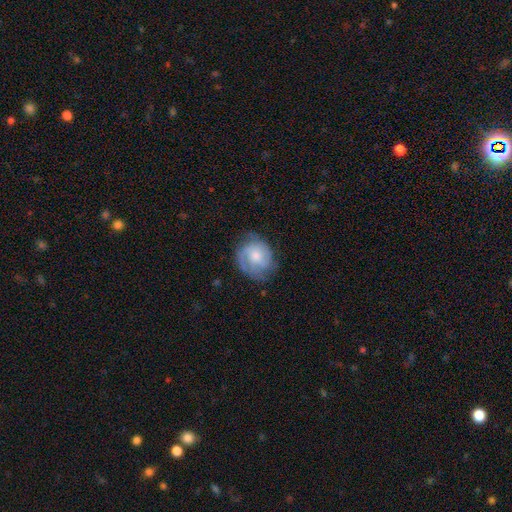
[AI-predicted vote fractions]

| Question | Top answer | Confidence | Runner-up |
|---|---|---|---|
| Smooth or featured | featured or disk | 67% | smooth (27%) |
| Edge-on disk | no | 98% | yes (2%) |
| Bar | no | 72% | weak (25%) |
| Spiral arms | yes | 90% | no (10%) |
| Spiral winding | tight | 50% | medium (37%) |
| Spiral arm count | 2 | 37% | can't tell (27%) |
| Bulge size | moderate | 49% | small (38%) |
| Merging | none | 66% | minor disturbance (23%) |